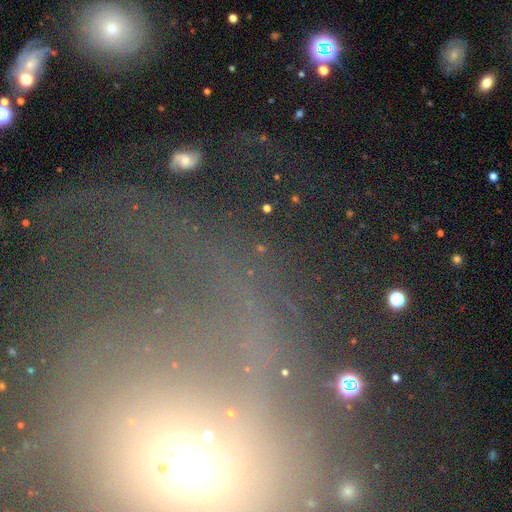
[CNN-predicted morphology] Smooth or featured? Predicted: star or artifact (p=0.37, tied with featured or disk).